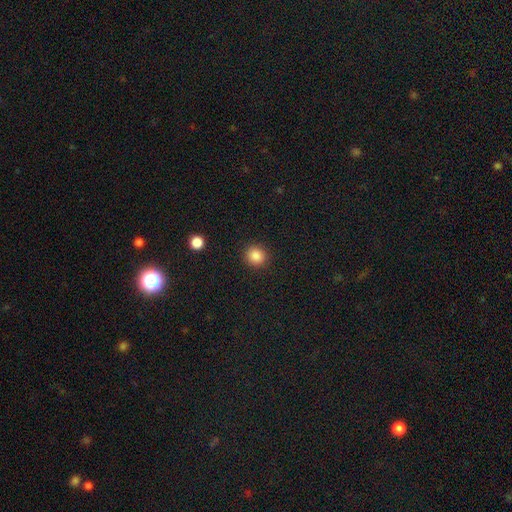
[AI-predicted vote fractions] Overall: smooth (87%). How rounded: round (88%). Merging: none (90%).